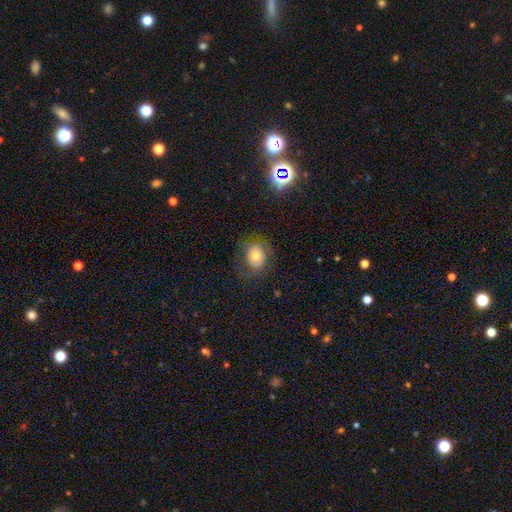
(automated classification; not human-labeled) smooth 63%, featured or disk 24%, star or artifact 13%. Down the decision tree: how rounded — round (50%); merging — none (71%).